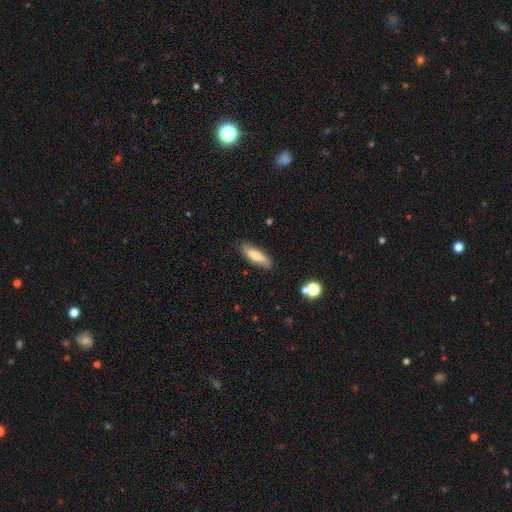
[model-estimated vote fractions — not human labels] Smooth or featured? Predicted: smooth (p=0.70). How rounded? Predicted: cigar-shaped (p=0.58). Merging? Predicted: none (p=0.82).